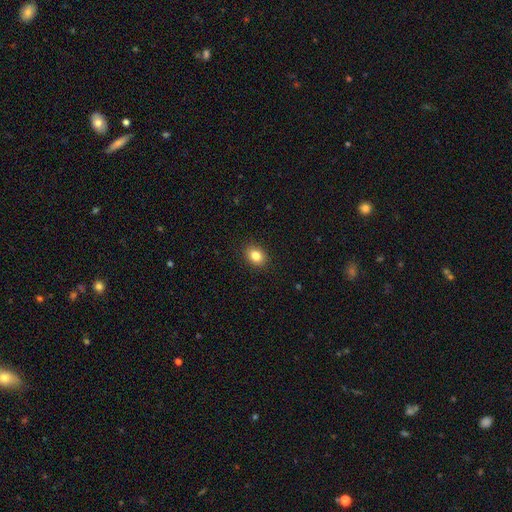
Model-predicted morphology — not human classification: type=smooth (84%); roundness=in between (61%); merging=none (90%).